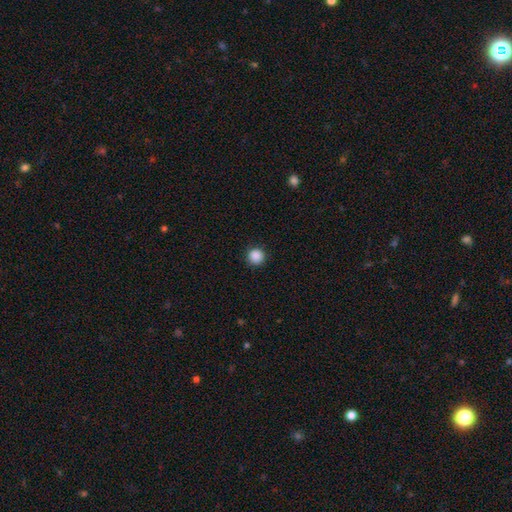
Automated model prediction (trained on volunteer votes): Overall: smooth (88%). How rounded: round (95%). Merging: none (91%).